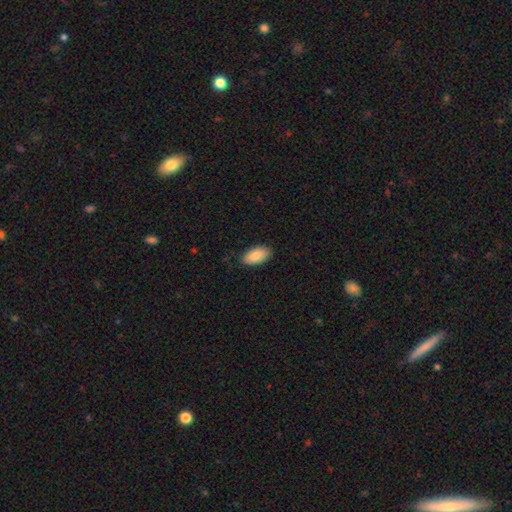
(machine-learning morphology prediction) Smooth or featured? Predicted: smooth (p=0.86). How rounded? Predicted: in between (p=0.94). Merging? Predicted: none (p=0.82).